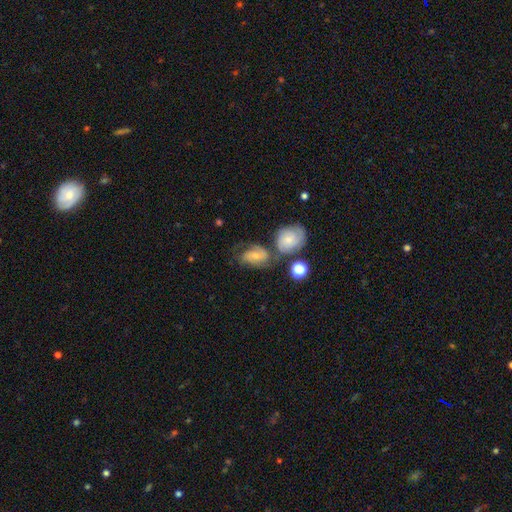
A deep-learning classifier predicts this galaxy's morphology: A featured or disk galaxy (56%) with no bar (59%), spiral arms (89%) and a small central bulge (60%).

Vote fractions:
- Smooth or featured? featured or disk: 56% / smooth: 34% / star or artifact: 10%
- Edge-on disk? no: 96% / yes: 4%
- Bar? no: 59% / weak: 32% / strong: 9%
- Spiral arms? yes: 89% / no: 11%
- Bulge size? small: 60% / moderate: 32% / none: 3% / large: 3% / dominant: 1%
- Merging? none: 39% / merger: 30% / minor disturbance: 19% / major disturbance: 13%